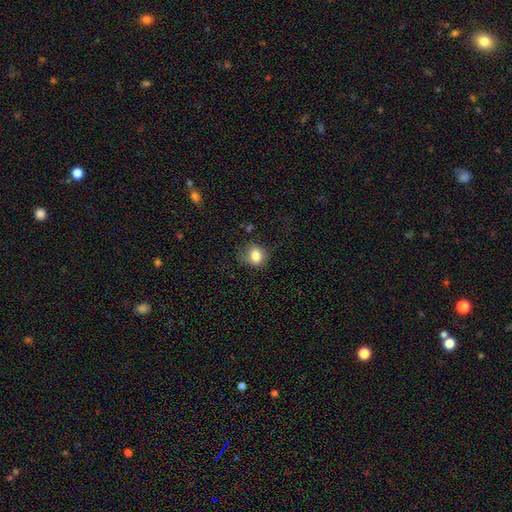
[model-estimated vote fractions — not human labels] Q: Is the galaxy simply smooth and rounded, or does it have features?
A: smooth — 82%.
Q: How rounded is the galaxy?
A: round — 56%.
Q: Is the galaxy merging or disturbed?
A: none — 64%.